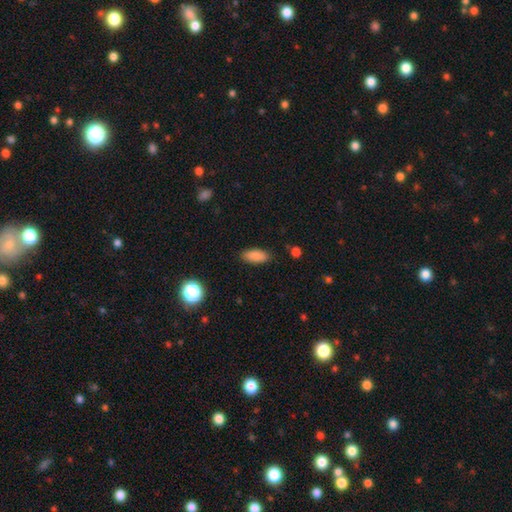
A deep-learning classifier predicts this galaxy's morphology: smooth_or_featured: smooth (p=0.87) [alt: star or artifact p=0.08]
how_rounded: in between (p=0.81) [alt: cigar-shaped p=0.16]
merging: none (p=0.88) [alt: minor disturbance p=0.09]